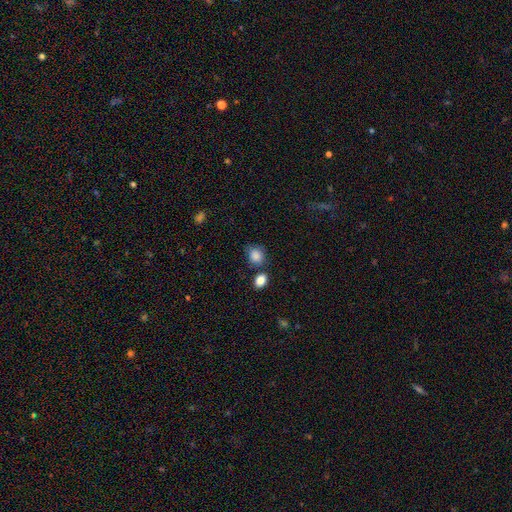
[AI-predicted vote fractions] A smooth galaxy with no disk features (86%) that is round (63%). Merging: none (61%).